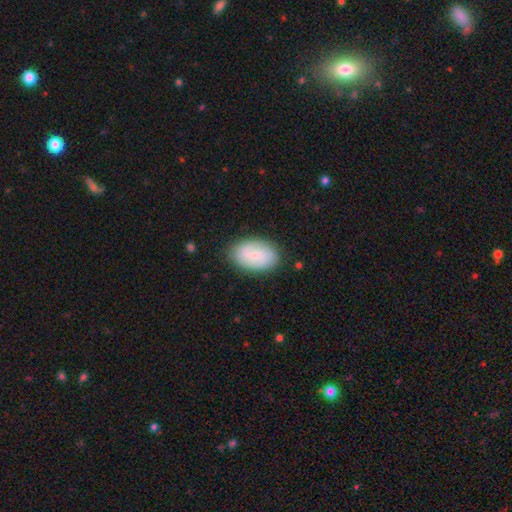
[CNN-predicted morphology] type=smooth (64%); roundness=in between (88%); merging=none (83%).